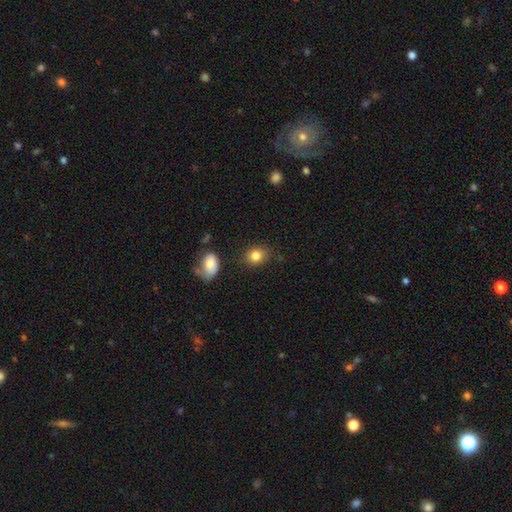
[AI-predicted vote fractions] Smooth or featured: smooth — 83% (star or artifact — 10%)
How rounded: round — 52% (in between — 47%)
Merging: none — 79% (minor disturbance — 14%)